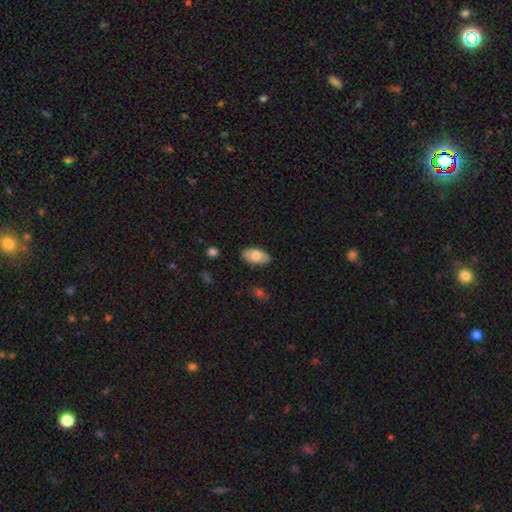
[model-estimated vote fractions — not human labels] Smooth or featured? smooth (73%)
How rounded? in between (95%)
Merging? none (85%)